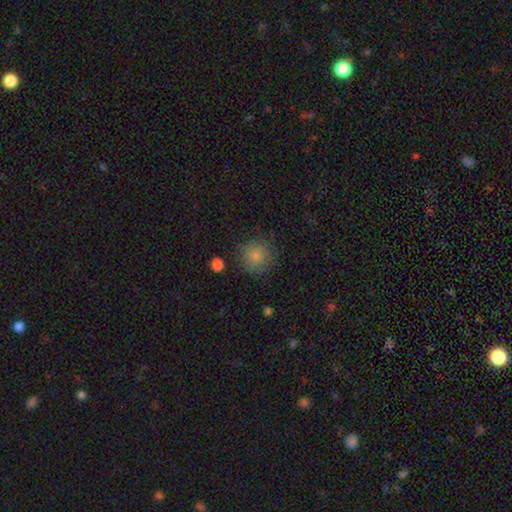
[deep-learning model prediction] Smooth or featured?
  - smooth: 81% *
  - star or artifact: 11%
  - featured or disk: 8%
How rounded?
  - round: 92% *
  - in between: 7%
  - cigar-shaped: 1%
Merging?
  - none: 83% *
  - minor disturbance: 11%
  - major disturbance: 4%
  - merger: 2%